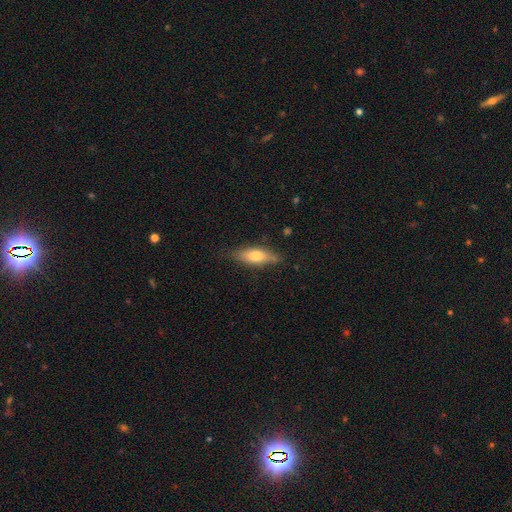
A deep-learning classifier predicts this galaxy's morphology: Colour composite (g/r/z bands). It shows a smooth galaxy with no disk features (68%) that is in between round and cigar-shaped (60%). Merging: none (79%).